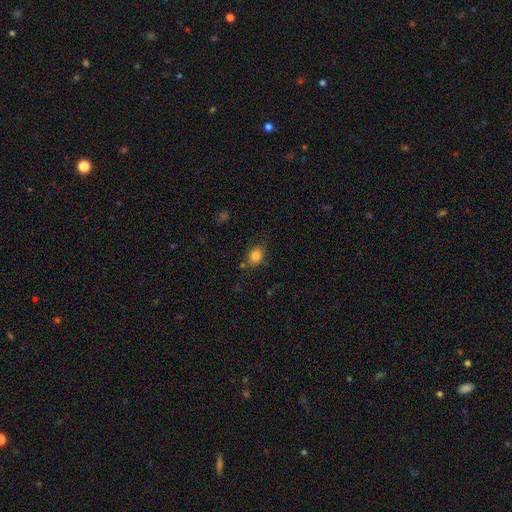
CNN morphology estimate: Overall: smooth (83%). How rounded: in between (58%; round 41%). Merging: none (77%).